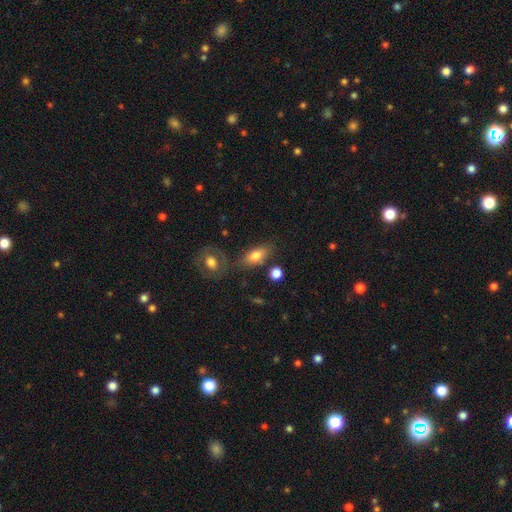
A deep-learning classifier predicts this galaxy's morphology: This appears to be a smooth galaxy with no disk features (78%) that is in between round and cigar-shaped (80%). Merging: none (70%).